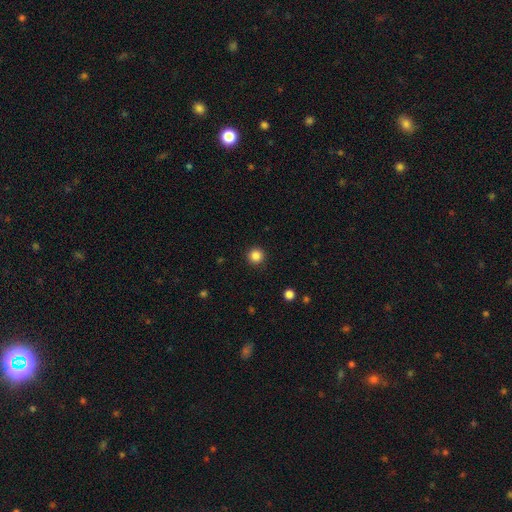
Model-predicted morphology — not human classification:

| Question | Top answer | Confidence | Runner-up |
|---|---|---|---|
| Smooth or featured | smooth | 86% | star or artifact (11%) |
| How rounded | round | 96% | in between (3%) |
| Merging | none | 93% | minor disturbance (5%) |